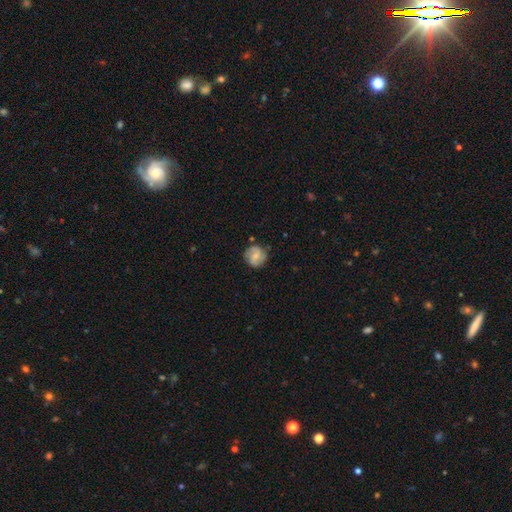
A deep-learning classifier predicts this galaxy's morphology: This is possibly a featured or disk galaxy (52%). It is clearly not viewed edge-on (98%). Bar: possibly no (51%). Spiral arm pattern: clearly yes (88%). Central bulge: possibly small (54%). Merging: likely none (76%).